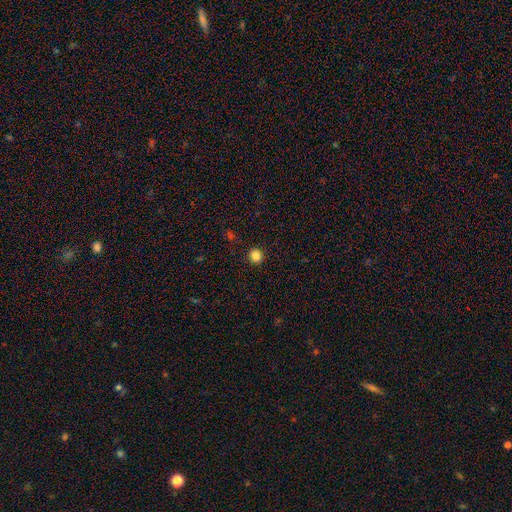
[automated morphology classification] Q: Smooth or featured?
A: smooth (85%); runner-up: star or artifact (12%)
Q: How rounded?
A: round (92%); runner-up: in between (7%)
Q: Merging?
A: none (92%); runner-up: minor disturbance (5%)